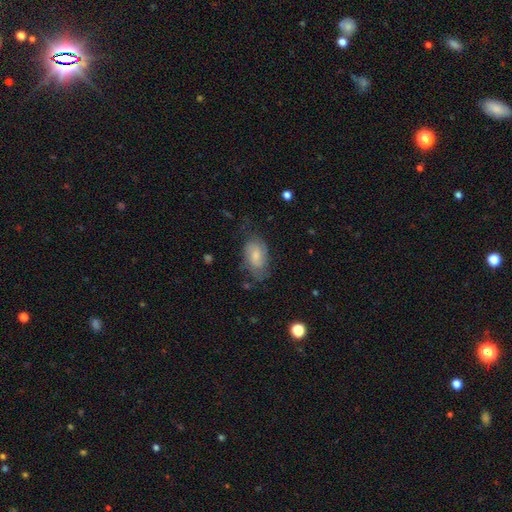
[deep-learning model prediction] Smooth or featured? smooth (55%)
How rounded? in between (90%)
Merging? none (57%)